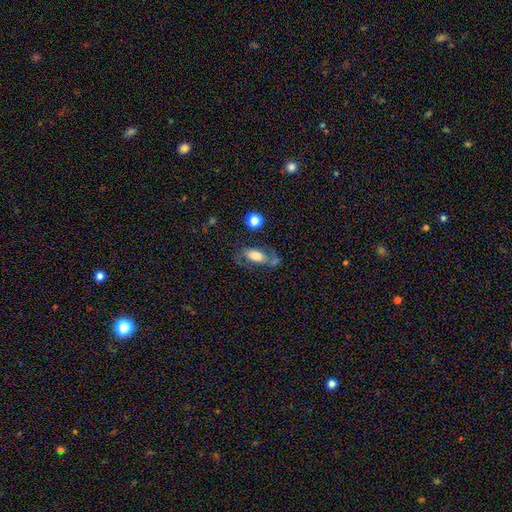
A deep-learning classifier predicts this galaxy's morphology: This appears to be a smooth galaxy with no disk features (54%) that is in between round and cigar-shaped (85%). Merging: none (53%).